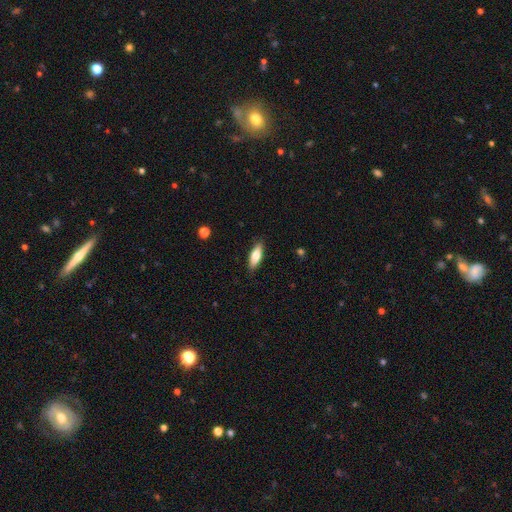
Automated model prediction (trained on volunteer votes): A smooth galaxy with no disk features (76%) that is in between round and cigar-shaped (59%).

Vote fractions:
- Smooth or featured? smooth: 76% / featured or disk: 18% / star or artifact: 6%
- How rounded? in between: 59% / cigar-shaped: 39% / round: 2%
- Merging? none: 86% / minor disturbance: 10% / major disturbance: 2% / merger: 1%